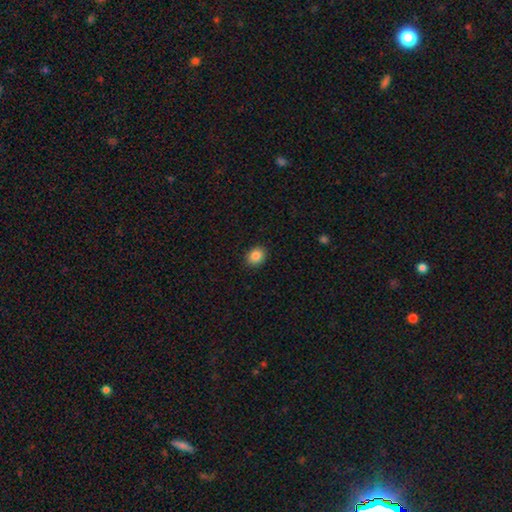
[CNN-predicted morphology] The model was most divided on "how rounded": round: 60%, in between: 39%, cigar-shaped: 1%. More confident: merging — none (91%); smooth or featured — smooth (86%).